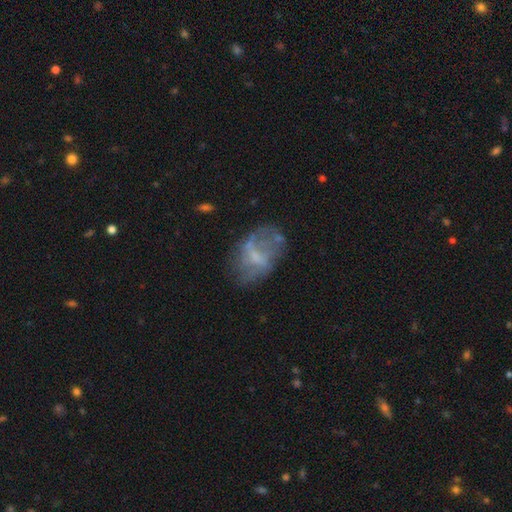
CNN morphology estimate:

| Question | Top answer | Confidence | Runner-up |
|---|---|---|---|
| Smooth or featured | featured or disk | 57% | smooth (32%) |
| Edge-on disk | no | 96% | yes (4%) |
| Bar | no | 47% | weak (42%) |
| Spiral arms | no | 64% | yes (36%) |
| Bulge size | small | 39% | none (35%) |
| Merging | none | 46% | major disturbance (24%) |